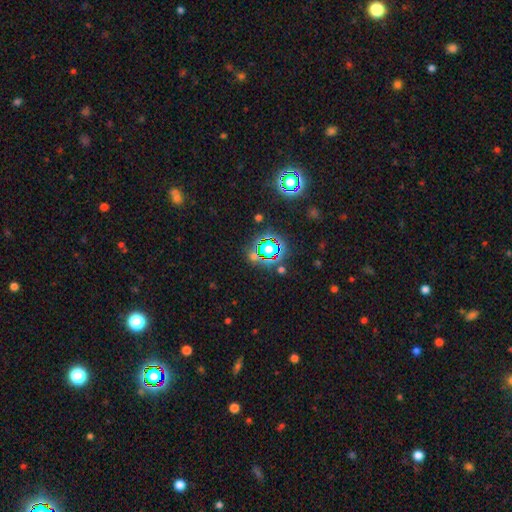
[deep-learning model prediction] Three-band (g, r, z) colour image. It shows a star or artifact, not a galaxy (73%).